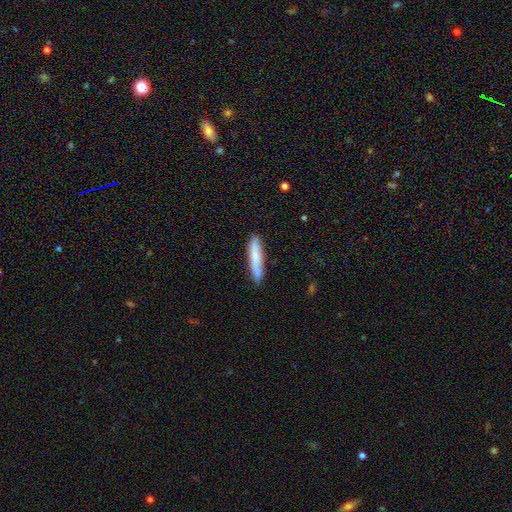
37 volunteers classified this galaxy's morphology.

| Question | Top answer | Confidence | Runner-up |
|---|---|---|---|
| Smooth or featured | smooth | 62% | featured or disk (32%) |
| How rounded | cigar-shaped | 91% | in between (9%) |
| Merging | none | 91% | minor disturbance (6%) |